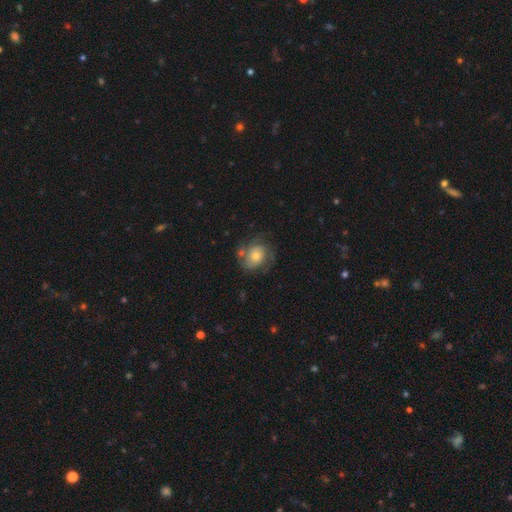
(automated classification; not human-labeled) A featured or disk galaxy (59%) with no bar (78%), spiral arms (79%) and a moderate central bulge (64%).

Vote fractions:
- Smooth or featured? featured or disk: 59% / smooth: 34% / star or artifact: 8%
- Edge-on disk? no: 97% / yes: 3%
- Bar? no: 78% / weak: 18% / strong: 4%
- Spiral arms? yes: 79% / no: 21%
- Bulge size? moderate: 64% / small: 23% / large: 11% / none: 2% / dominant: 2%
- Merging? none: 60% / minor disturbance: 22% / major disturbance: 13% / merger: 5%